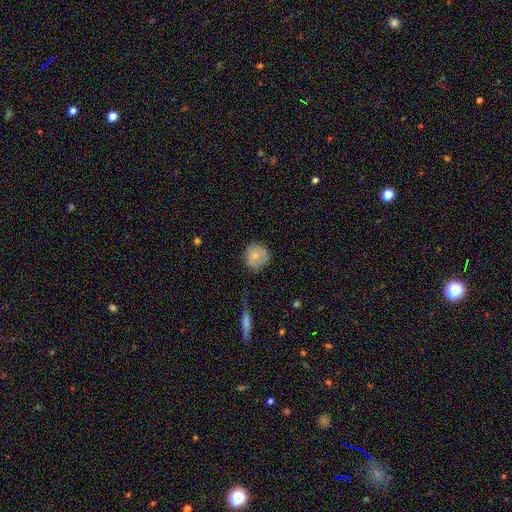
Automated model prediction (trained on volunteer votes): This is likely a smooth galaxy (70%). How rounded: clearly round (89%). Merging: likely none (70%).